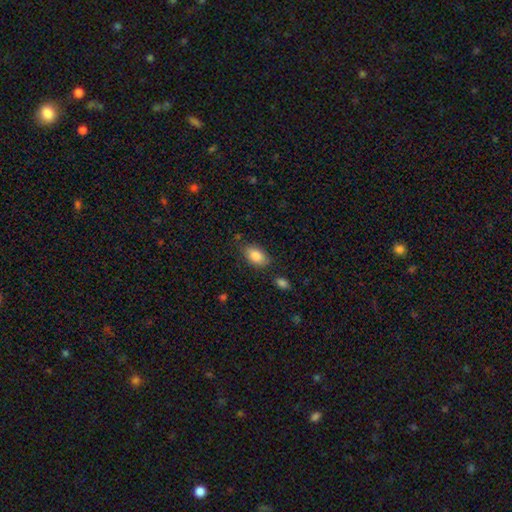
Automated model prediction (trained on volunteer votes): Smooth or featured? Predicted: smooth (p=0.85). How rounded? Predicted: in between (p=0.91). Merging? Predicted: none (p=0.77).